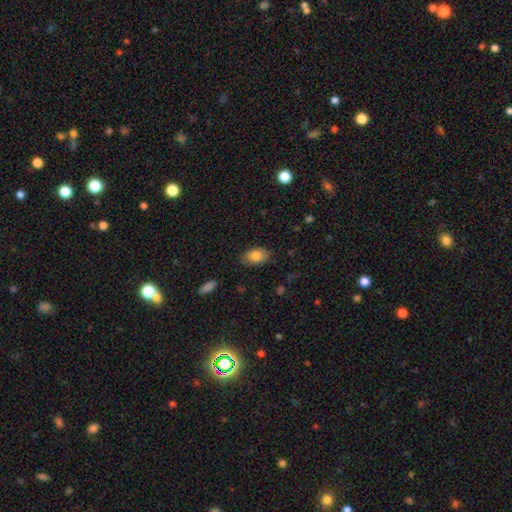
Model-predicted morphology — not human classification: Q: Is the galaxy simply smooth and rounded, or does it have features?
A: smooth — 82%.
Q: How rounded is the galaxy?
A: in between — 91%.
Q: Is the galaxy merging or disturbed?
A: none — 83%.